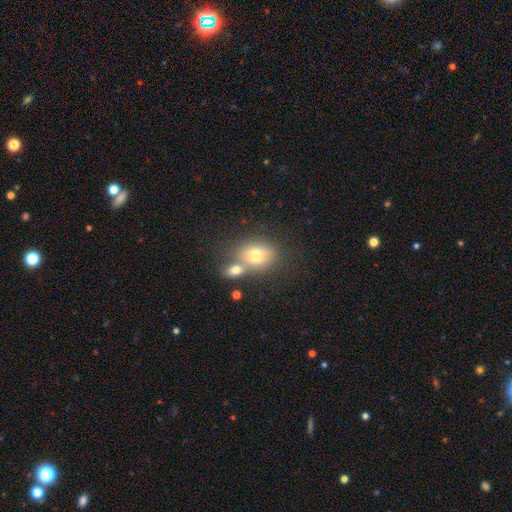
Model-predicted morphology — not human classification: Q: Smooth or featured?
A: smooth (71%); runner-up: featured or disk (18%)
Q: How rounded?
A: in between (65%); runner-up: round (34%)
Q: Merging?
A: merger (44%); runner-up: none (39%)